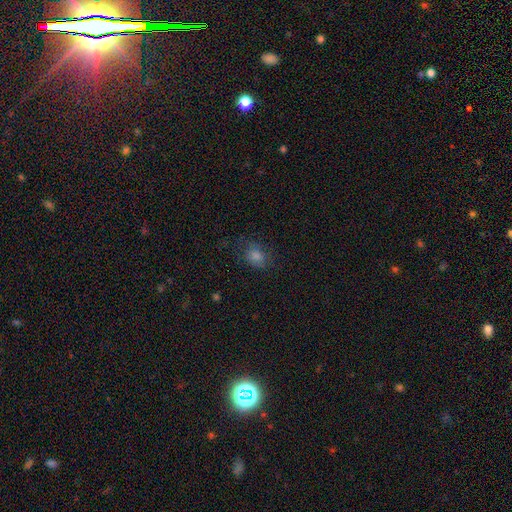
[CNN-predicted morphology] Overall: smooth (66%). How rounded: round (51%; in between 48%). Merging: none (70%).